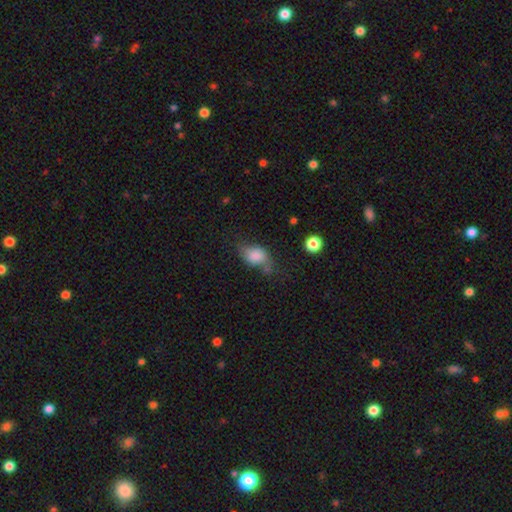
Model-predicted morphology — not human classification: smooth 78%, featured or disk 13%, star or artifact 9%. Down the decision tree: how rounded — in between (77%); merging — none (42%).